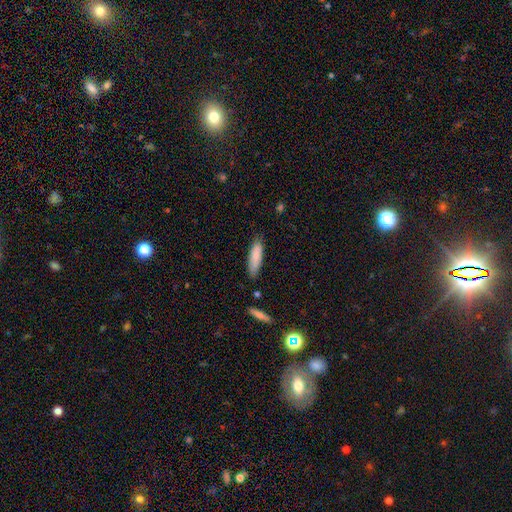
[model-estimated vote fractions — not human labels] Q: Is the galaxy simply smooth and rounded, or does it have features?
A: smooth — 84%.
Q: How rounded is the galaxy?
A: cigar-shaped — 59%.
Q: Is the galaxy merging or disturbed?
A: none — 79%.